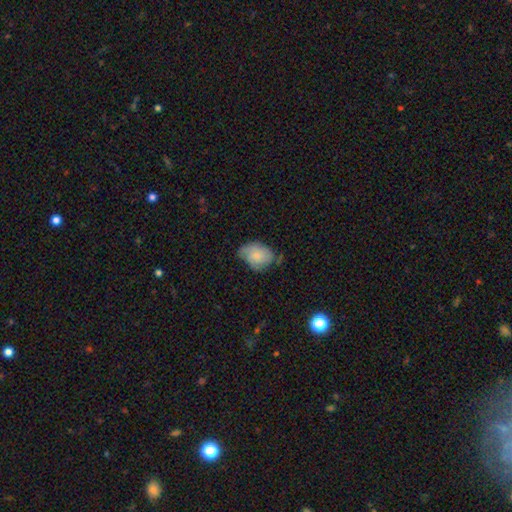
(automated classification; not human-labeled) smooth 63%, featured or disk 29%, star or artifact 7%. Down the decision tree: how rounded — in between (74%); merging — none (42%).